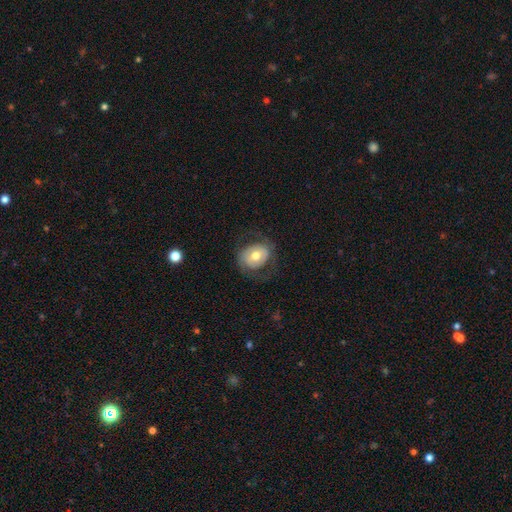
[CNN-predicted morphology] Smooth or featured? smooth (50%)
Merging? none (69%)